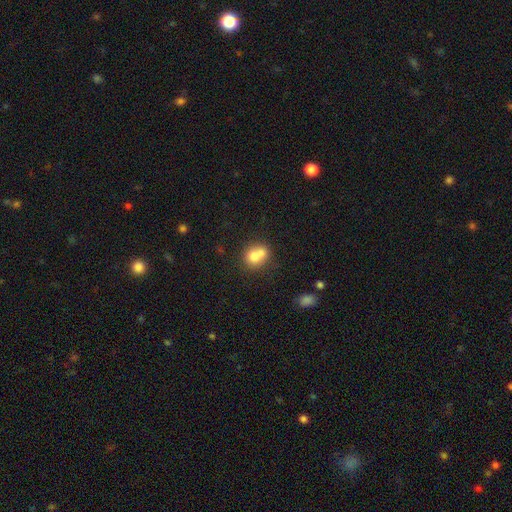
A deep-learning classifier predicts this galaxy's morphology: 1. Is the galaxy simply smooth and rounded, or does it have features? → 71% smooth, 19% featured or disk, 10% star or artifact.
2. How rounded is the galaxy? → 69% round, 30% in between, 1% cigar-shaped.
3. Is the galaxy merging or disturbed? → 56% merger, 32% none, 8% minor disturbance, 3% major disturbance.